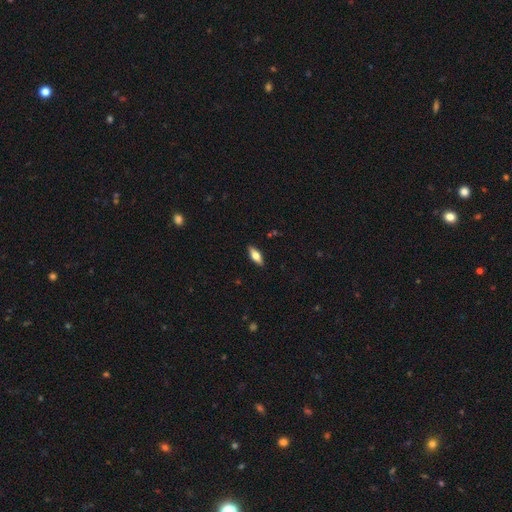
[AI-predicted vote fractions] smooth 63%, featured or disk 30%, star or artifact 7%. Down the decision tree: how rounded — in between (72%); merging — none (89%).